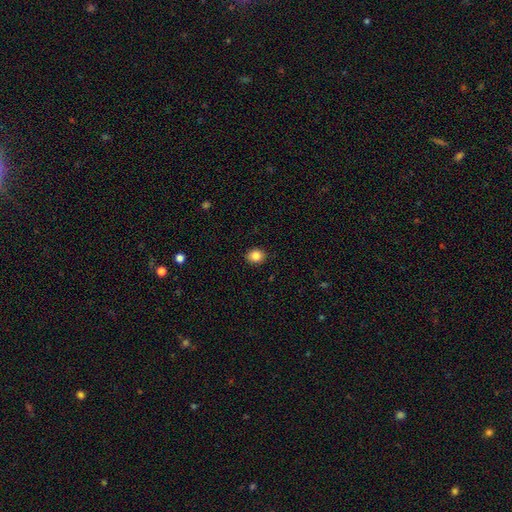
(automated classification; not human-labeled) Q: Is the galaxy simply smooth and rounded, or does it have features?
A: smooth — 85%.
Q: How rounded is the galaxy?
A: round — 58%.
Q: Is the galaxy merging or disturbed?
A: none — 90%.